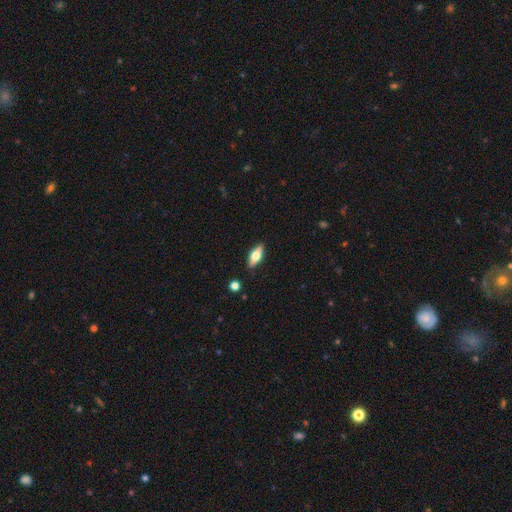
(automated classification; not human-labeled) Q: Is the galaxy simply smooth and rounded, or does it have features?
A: smooth — 59%.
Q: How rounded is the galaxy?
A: in between — 72%.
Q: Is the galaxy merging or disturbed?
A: none — 87%.